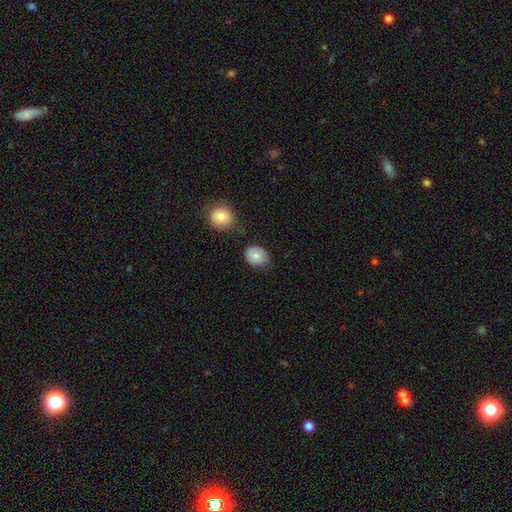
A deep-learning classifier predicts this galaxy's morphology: The model was most divided on "how rounded": round: 58%, in between: 41%, cigar-shaped: 1%. More confident: smooth or featured — smooth (77%); merging — none (66%).